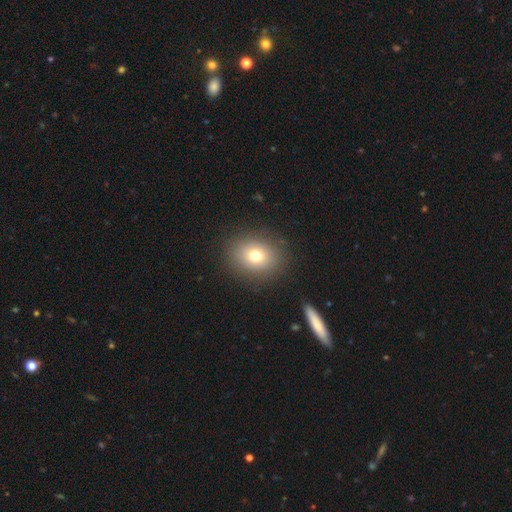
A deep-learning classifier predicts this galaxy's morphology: Smooth or featured: smooth — 75% (featured or disk — 13%)
How rounded: round — 58% (in between — 41%)
Merging: none — 87% (minor disturbance — 8%)